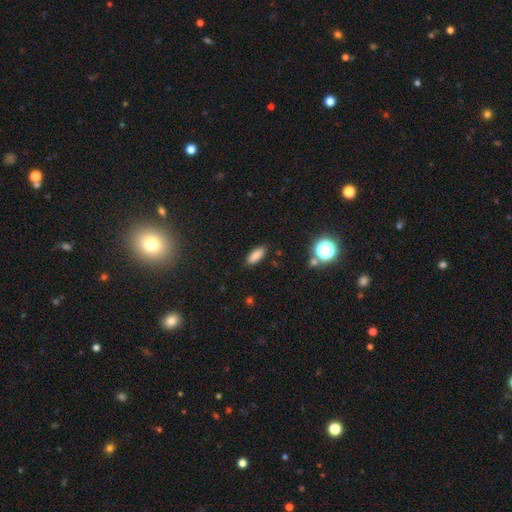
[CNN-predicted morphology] Smooth or featured? smooth (83%)
How rounded? in between (80%)
Merging? none (86%)